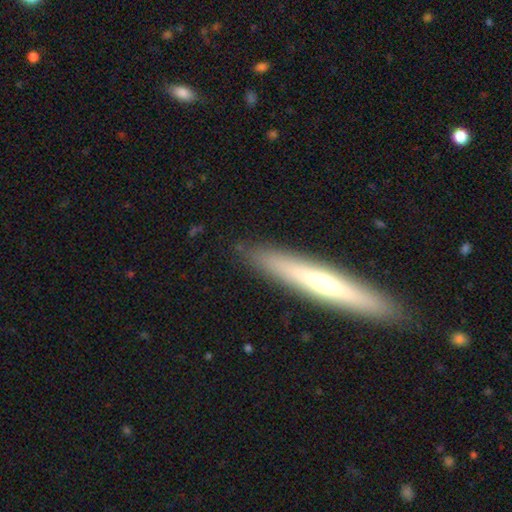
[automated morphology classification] A featured or disk galaxy (46%, tied with smooth). Merging: none (85%).